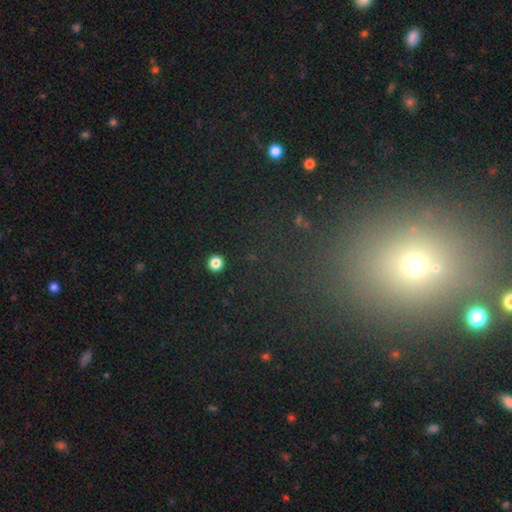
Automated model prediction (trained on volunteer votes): A star or artifact, not a galaxy (47%).

Vote fractions:
- Smooth or featured? star or artifact: 47% / smooth: 42% / featured or disk: 11%